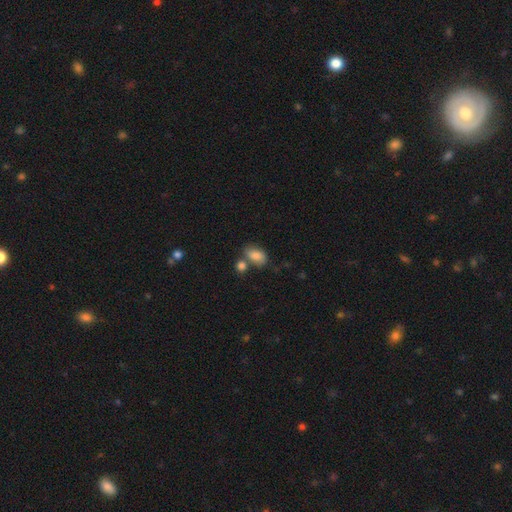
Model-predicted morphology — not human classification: A smooth galaxy with no disk features (84%) that is in between round and cigar-shaped (88%). Merging: none (52%).